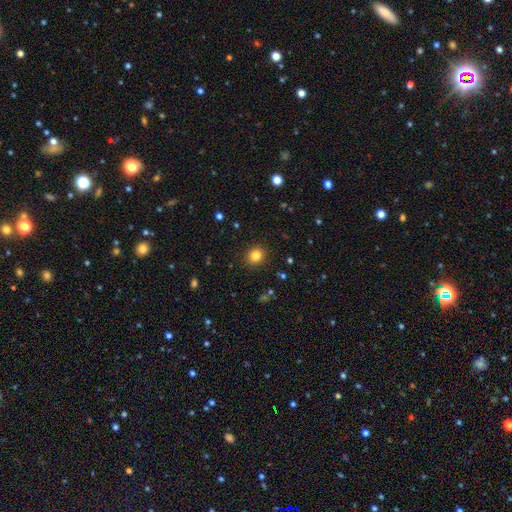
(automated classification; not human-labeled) smooth-or-featured: smooth: 82% | star or artifact: 12% | featured or disk: 6%
  how-rounded: round: 82% | in between: 18% | cigar-shaped: 1%
  merging: none: 90% | minor disturbance: 7% | major disturbance: 2% | merger: 1%